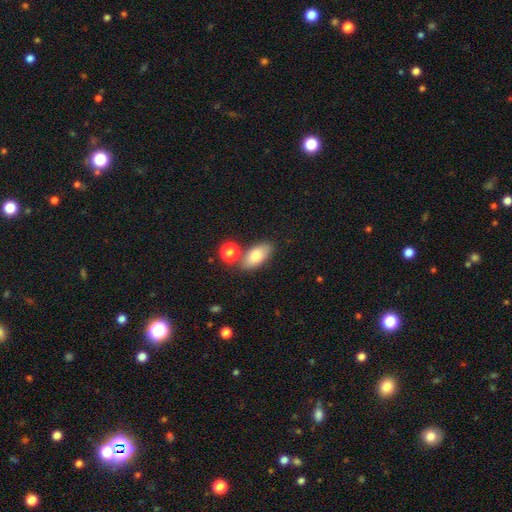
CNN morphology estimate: Overall: smooth (80%). How rounded: in between (89%). Merging: none (71%).